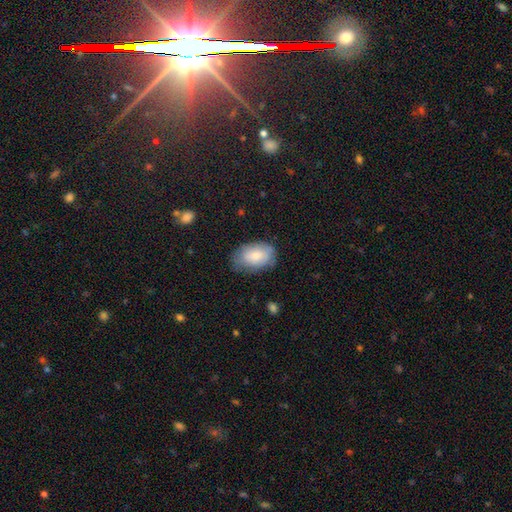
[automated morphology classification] smooth-or-featured: smooth: 79% | featured or disk: 15% | star or artifact: 6%
  how-rounded: in between: 91% | round: 8% | cigar-shaped: 1%
  merging: none: 69% | minor disturbance: 24% | major disturbance: 6% | merger: 1%